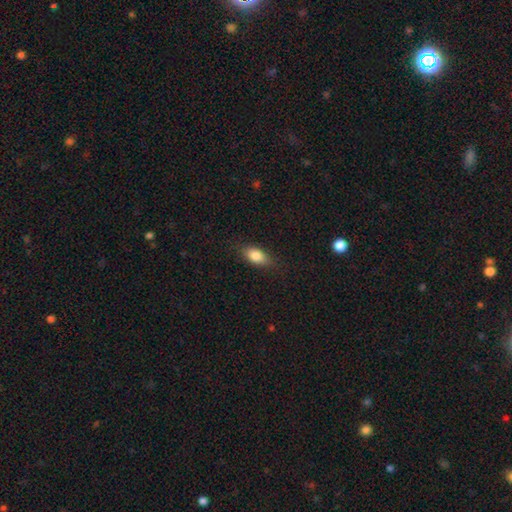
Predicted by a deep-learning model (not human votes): Smooth or featured? smooth (82%)
How rounded? in between (83%)
Merging? none (79%)